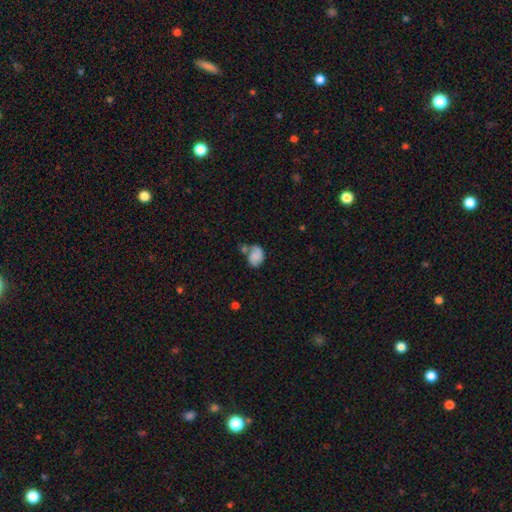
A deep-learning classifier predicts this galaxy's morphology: smooth 75%, featured or disk 16%, star or artifact 9%. Down the decision tree: how rounded — in between (64%); merging — none (38%).